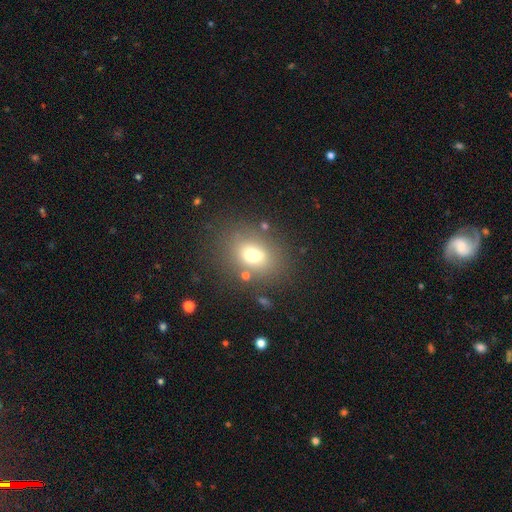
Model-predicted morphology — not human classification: This is likely a smooth galaxy (68%). How rounded: likely in between (61%). Merging: likely none (69%).